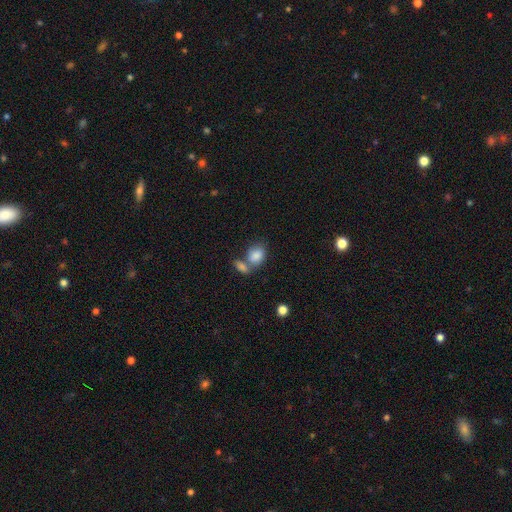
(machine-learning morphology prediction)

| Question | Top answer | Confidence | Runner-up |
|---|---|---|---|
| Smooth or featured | smooth | 84% | star or artifact (8%) |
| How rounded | in between | 70% | round (29%) |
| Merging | merger | 47% | none (37%) |